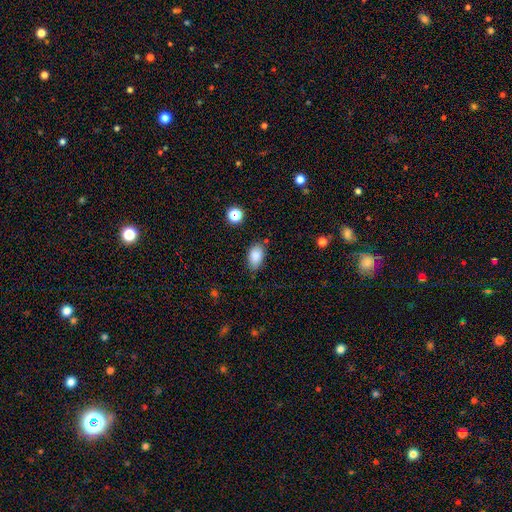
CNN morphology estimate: Smooth or featured? Predicted: smooth (p=0.83). How rounded? Predicted: in between (p=0.89). Merging? Predicted: none (p=0.76).